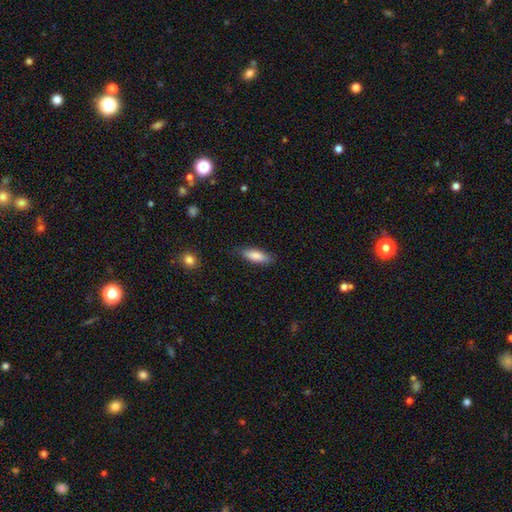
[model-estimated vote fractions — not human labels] The model was most divided on "how rounded": in between: 61%, cigar-shaped: 37%, round: 2%. More confident: smooth or featured — smooth (85%); merging — none (81%).